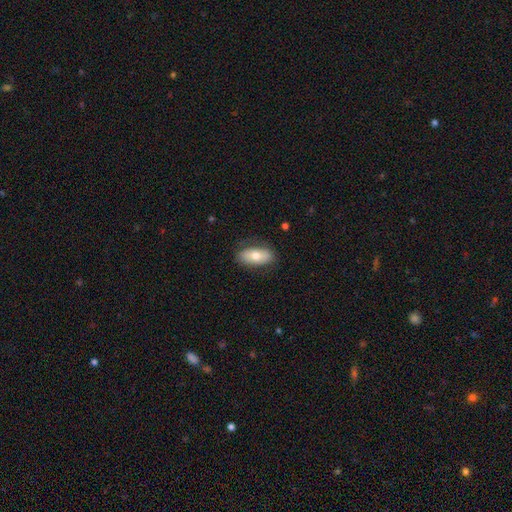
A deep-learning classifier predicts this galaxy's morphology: type=smooth (68%); roundness=in between (89%); merging=none (80%).